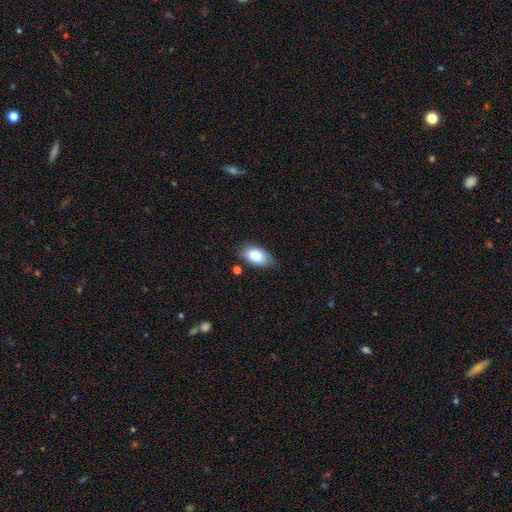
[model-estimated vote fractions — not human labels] Morphology: type=smooth (86%); roundness=in between (93%); merging=none (77%).